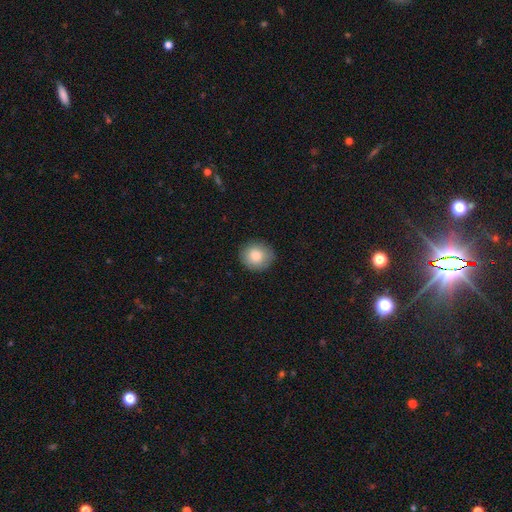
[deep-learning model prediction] A smooth galaxy with no disk features (82%) that is round (89%).

Vote fractions:
- Smooth or featured? smooth: 82% / featured or disk: 10% / star or artifact: 8%
- How rounded? round: 89% / in between: 11% / cigar-shaped: 1%
- Merging? none: 88% / minor disturbance: 9% / major disturbance: 2% / merger: 1%